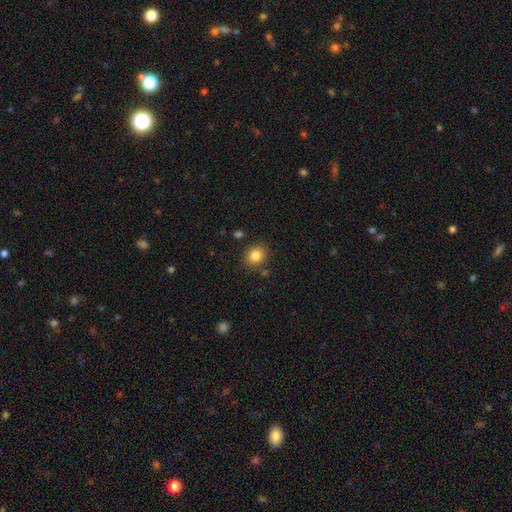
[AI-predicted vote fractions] A smooth galaxy with no disk features (83%) that is round (71%). Merging: none (84%).